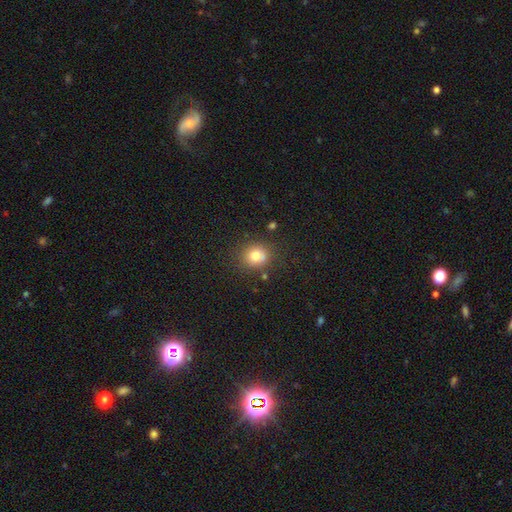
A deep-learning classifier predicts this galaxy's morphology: A smooth galaxy with no disk features (77%) that is round (84%). Merging: none (75%).